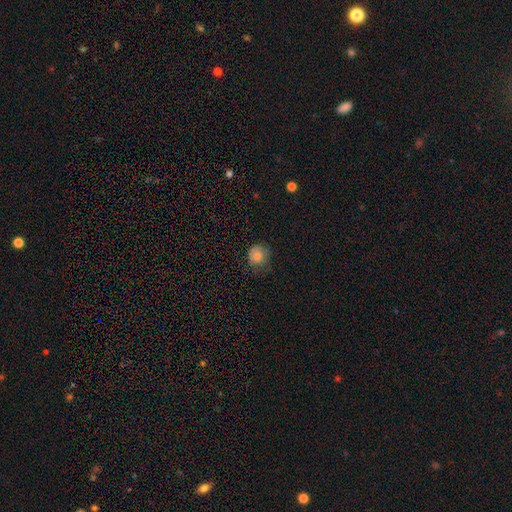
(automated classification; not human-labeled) This is likely a smooth galaxy (72%). How rounded: clearly round (87%). Merging: likely none (73%).